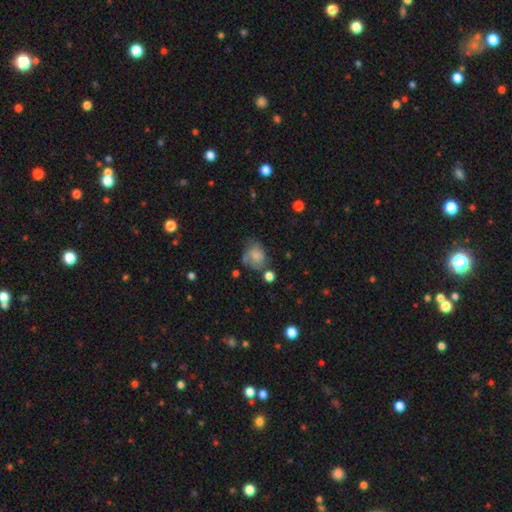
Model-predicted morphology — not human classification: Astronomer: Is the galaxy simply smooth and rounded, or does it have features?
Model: smooth — 66%.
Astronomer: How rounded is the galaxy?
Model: in between — 50% (runner-up: round, 48%).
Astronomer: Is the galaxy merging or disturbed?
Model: none — 39% (runner-up: minor disturbance, 30%).